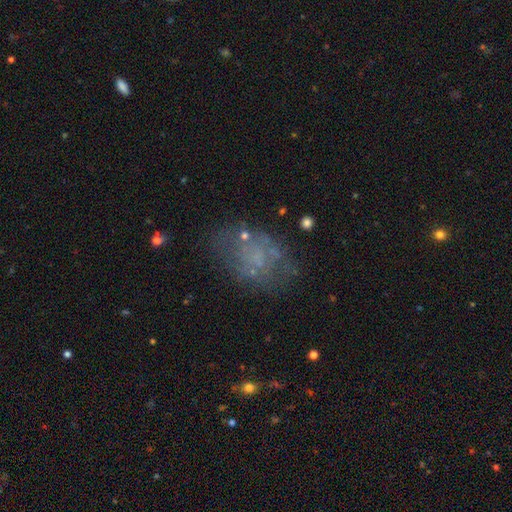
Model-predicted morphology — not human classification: Smooth or featured?
  - featured or disk: 43% *
  - smooth: 38%
  - star or artifact: 19%
Merging?
  - none: 57% *
  - minor disturbance: 20%
  - major disturbance: 19%
  - merger: 4%